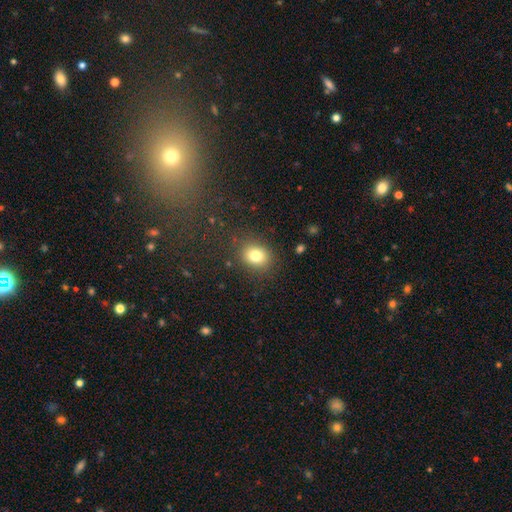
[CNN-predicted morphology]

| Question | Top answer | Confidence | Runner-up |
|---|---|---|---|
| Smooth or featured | smooth | 79% | star or artifact (12%) |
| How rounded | round | 60% | in between (39%) |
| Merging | none | 84% | minor disturbance (10%) |